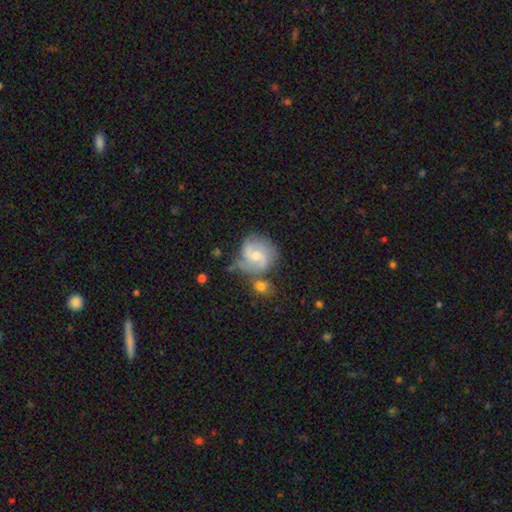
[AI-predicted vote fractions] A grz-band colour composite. It shows a featured or disk galaxy (75%) with no bar (49%), 2 (68%) medium (50%) spiral arms (93%) and a moderate central bulge (58%). Merging: none (49%).